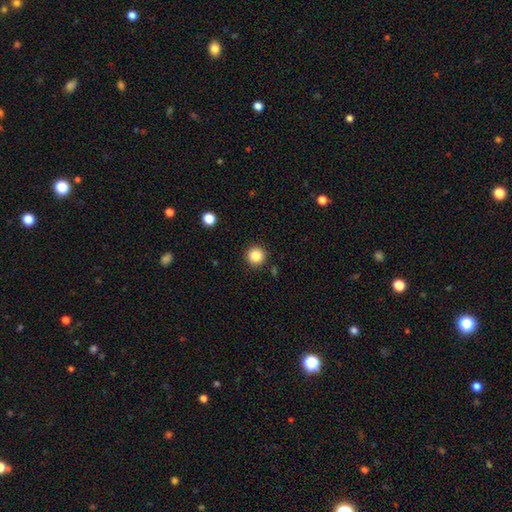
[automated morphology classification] A smooth galaxy with no disk features (86%) that is round (96%).

Vote fractions:
- Smooth or featured? smooth: 86% / star or artifact: 10% / featured or disk: 4%
- How rounded? round: 96% / in between: 3% / cigar-shaped: 1%
- Merging? none: 91% / minor disturbance: 5% / major disturbance: 2% / merger: 2%